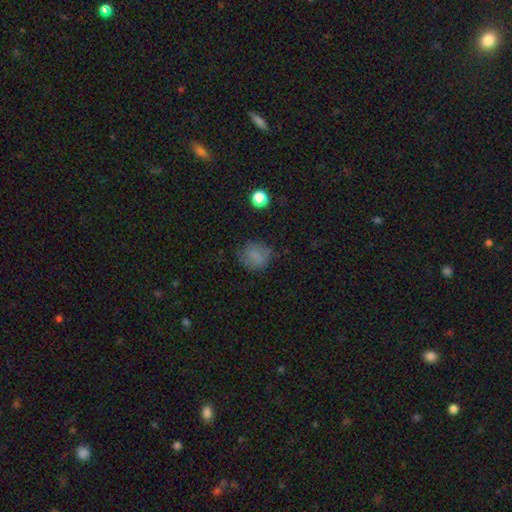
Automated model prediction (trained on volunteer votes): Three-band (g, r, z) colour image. It shows a smooth galaxy with no disk features (73%) that is round (72%). Merging: none (69%).